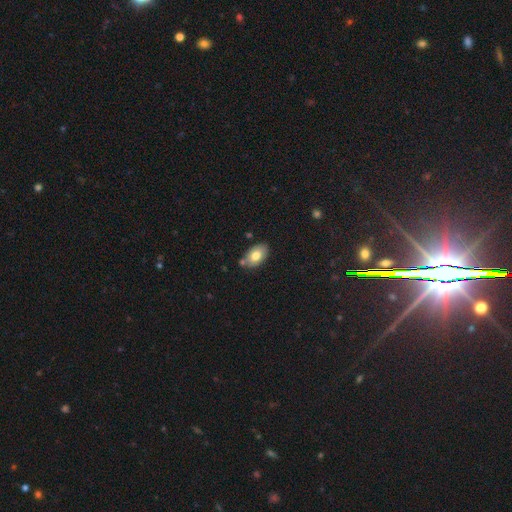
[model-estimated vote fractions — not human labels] smooth_or_featured: smooth (p=0.77) [alt: featured or disk p=0.16]
how_rounded: in between (p=0.91) [alt: round p=0.08]
merging: none (p=0.75) [alt: minor disturbance p=0.15]